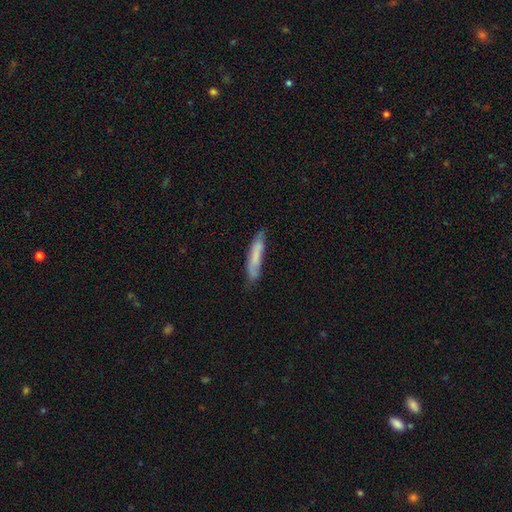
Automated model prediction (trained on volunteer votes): Smooth or featured: smooth — 71% (featured or disk — 23%)
How rounded: cigar-shaped — 87% (in between — 11%)
Merging: none — 66% (minor disturbance — 25%)